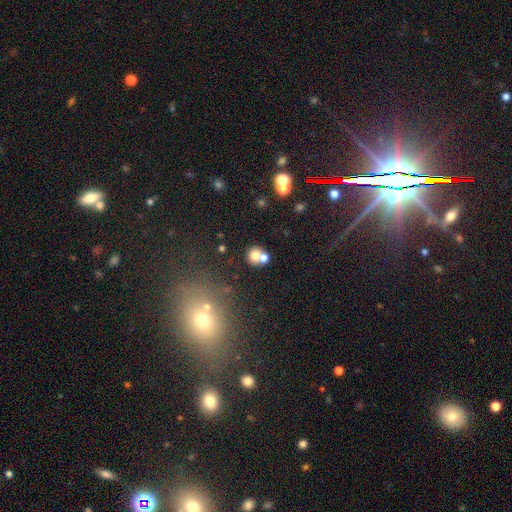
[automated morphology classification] Smooth or featured: smooth — 73% (featured or disk — 14%)
How rounded: round — 85% (in between — 14%)
Merging: merger — 45% (tied with none — 45%)